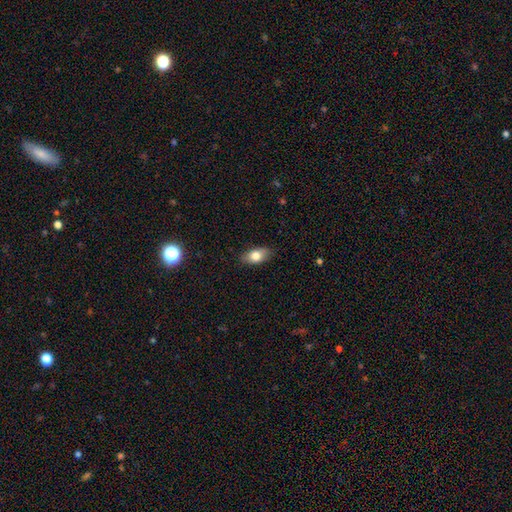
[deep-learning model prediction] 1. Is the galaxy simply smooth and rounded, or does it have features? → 78% smooth, 14% featured or disk, 8% star or artifact.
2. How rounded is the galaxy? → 89% in between, 6% round, 5% cigar-shaped.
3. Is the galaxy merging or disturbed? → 86% none, 11% minor disturbance, 2% major disturbance, 1% merger.